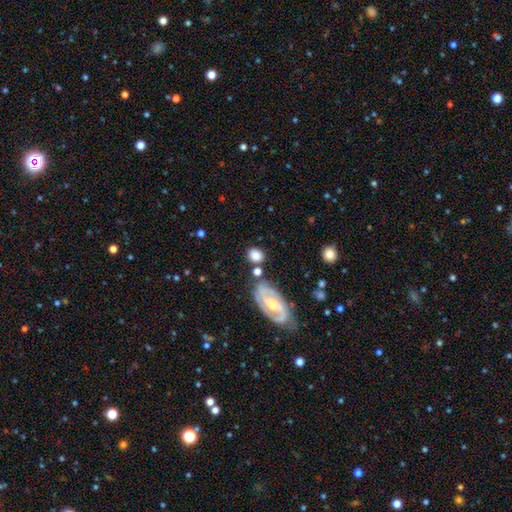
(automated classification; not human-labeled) Overall: smooth (72%). How rounded: round (69%). Merging: none (67%).